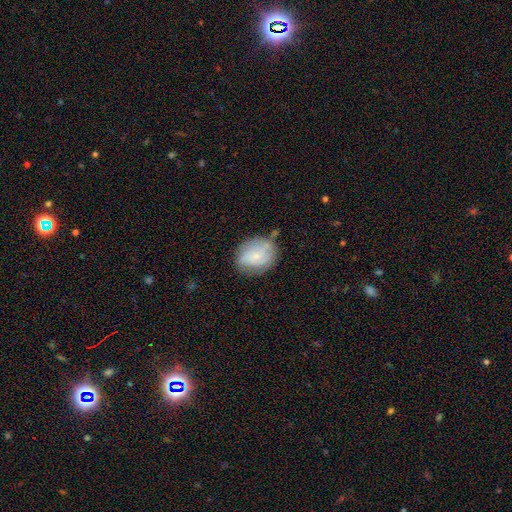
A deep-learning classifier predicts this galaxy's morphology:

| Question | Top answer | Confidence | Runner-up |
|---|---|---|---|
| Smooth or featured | smooth | 53% | featured or disk (39%) |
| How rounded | round | 52% | in between (47%) |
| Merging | none | 63% | minor disturbance (25%) |